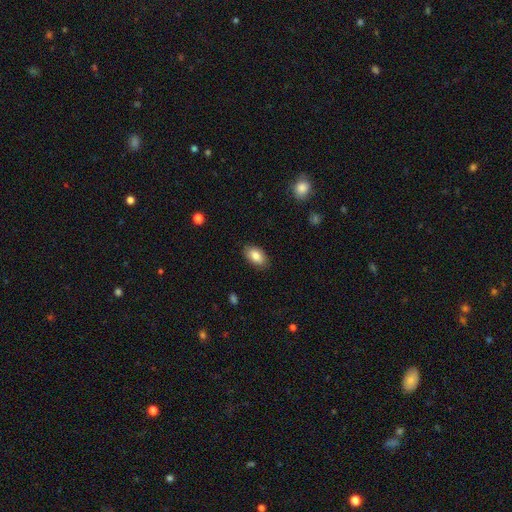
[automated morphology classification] This is clearly a smooth galaxy (84%). How rounded: clearly in between (92%). Merging: clearly none (86%).